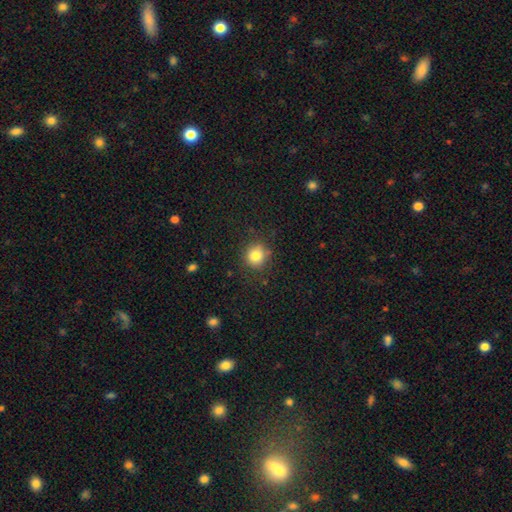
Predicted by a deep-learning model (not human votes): Smooth or featured?
  - smooth: 81% *
  - star or artifact: 12%
  - featured or disk: 7%
How rounded?
  - round: 87% *
  - in between: 12%
  - cigar-shaped: 1%
Merging?
  - none: 82% *
  - minor disturbance: 13%
  - major disturbance: 4%
  - merger: 2%